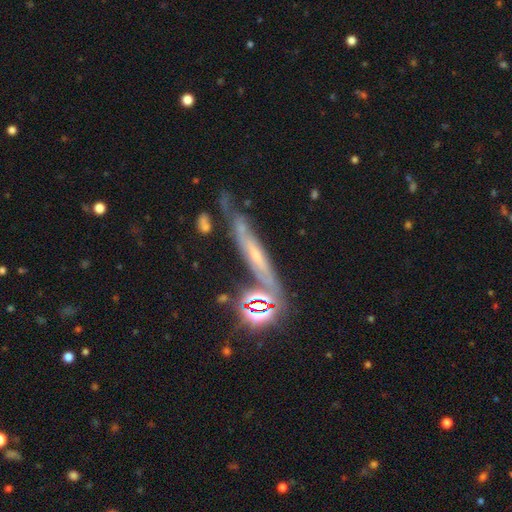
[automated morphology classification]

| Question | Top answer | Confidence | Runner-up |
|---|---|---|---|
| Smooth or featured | featured or disk | 53% | star or artifact (27%) |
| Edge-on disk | yes | 68% | no (32%) |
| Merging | none | 61% | minor disturbance (21%) |